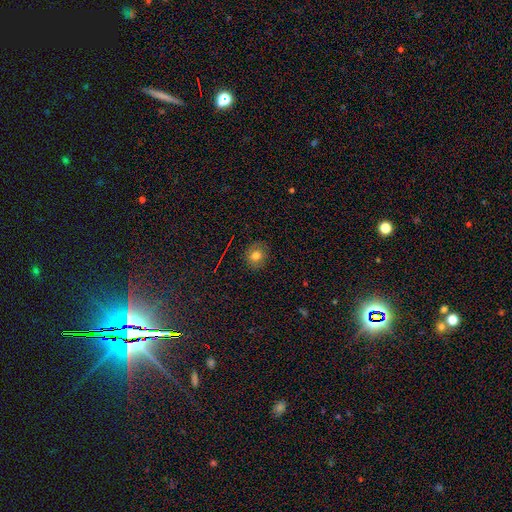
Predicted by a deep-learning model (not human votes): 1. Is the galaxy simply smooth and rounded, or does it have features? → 73% smooth, 15% star or artifact, 12% featured or disk.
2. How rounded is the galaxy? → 74% round, 25% in between, 1% cigar-shaped.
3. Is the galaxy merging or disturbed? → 85% none, 11% minor disturbance, 3% major disturbance, 1% merger.